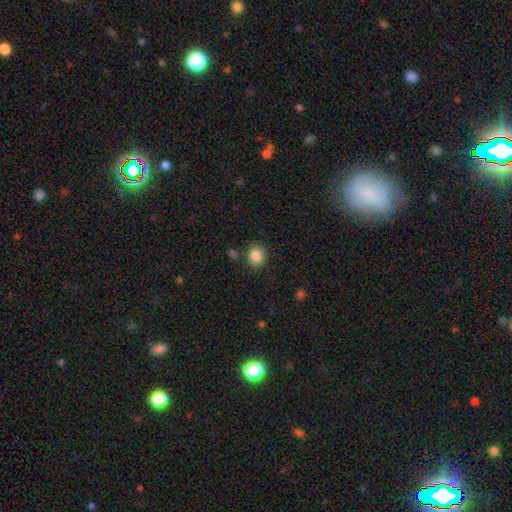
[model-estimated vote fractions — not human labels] Q: Smooth or featured?
A: smooth (86%); runner-up: star or artifact (9%)
Q: How rounded?
A: round (71%); runner-up: in between (28%)
Q: Merging?
A: none (82%); runner-up: minor disturbance (11%)